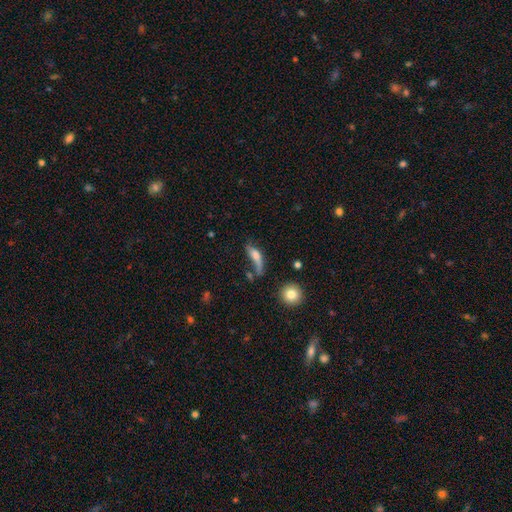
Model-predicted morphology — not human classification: smooth 58%, featured or disk 32%, star or artifact 10%. Down the decision tree: how rounded — cigar-shaped (49%); merging — none (35%).